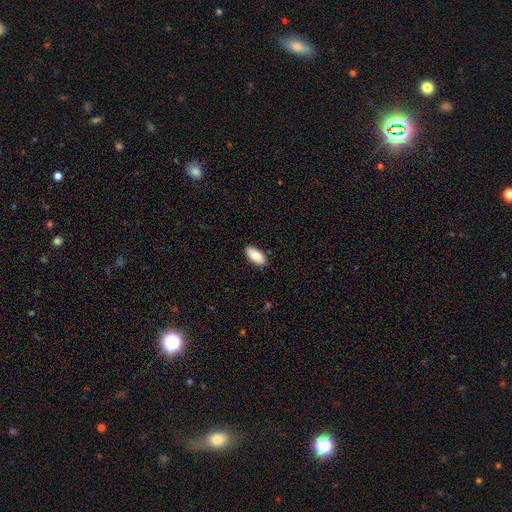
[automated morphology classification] This is clearly a smooth galaxy (86%). How rounded: clearly in between (92%). Merging: clearly none (88%).